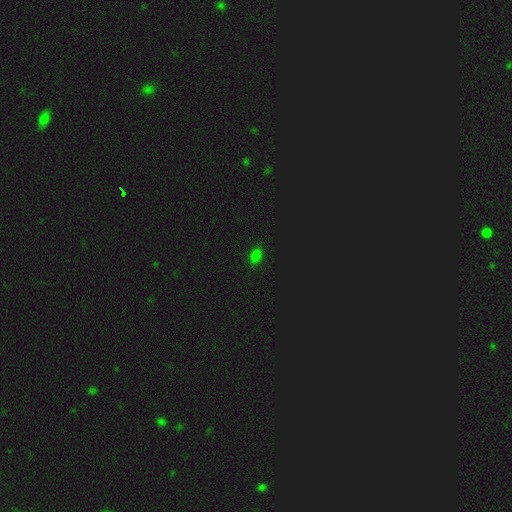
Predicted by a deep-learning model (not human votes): Morphology: type=smooth (70%); roundness=in between (81%); merging=none (87%).